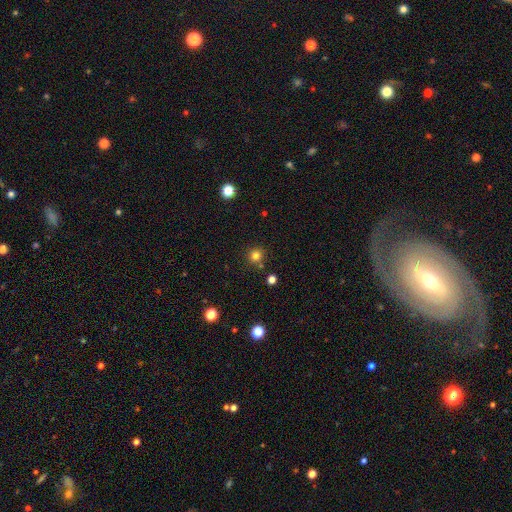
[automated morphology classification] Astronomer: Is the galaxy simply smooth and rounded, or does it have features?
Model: smooth — 80%.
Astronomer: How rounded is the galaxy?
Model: round — 93%.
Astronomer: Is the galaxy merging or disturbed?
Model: none — 83%.